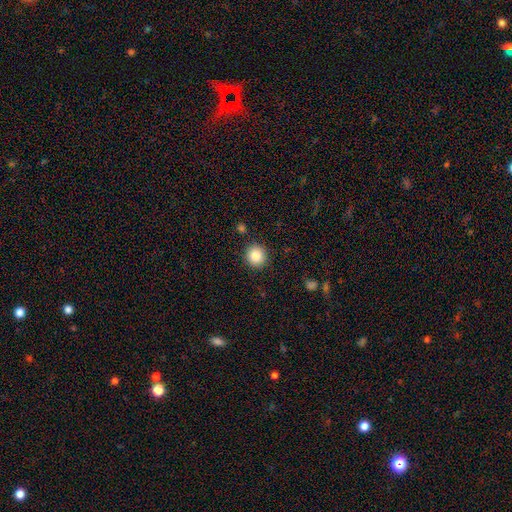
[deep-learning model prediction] smooth_or_featured: smooth (p=0.85) [alt: star or artifact p=0.10]
how_rounded: round (p=0.94) [alt: in between p=0.06]
merging: none (p=0.90) [alt: minor disturbance p=0.06]